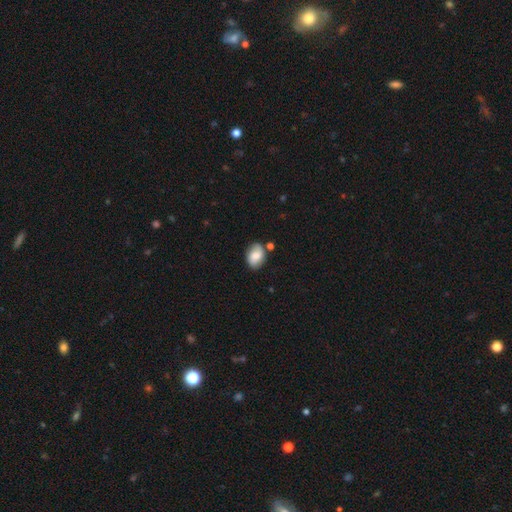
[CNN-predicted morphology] Smooth or featured?
  - smooth: 67% *
  - featured or disk: 25%
  - star or artifact: 8%
How rounded?
  - in between: 78% *
  - round: 20%
  - cigar-shaped: 1%
Merging?
  - none: 71% *
  - minor disturbance: 19%
  - merger: 7%
  - major disturbance: 4%